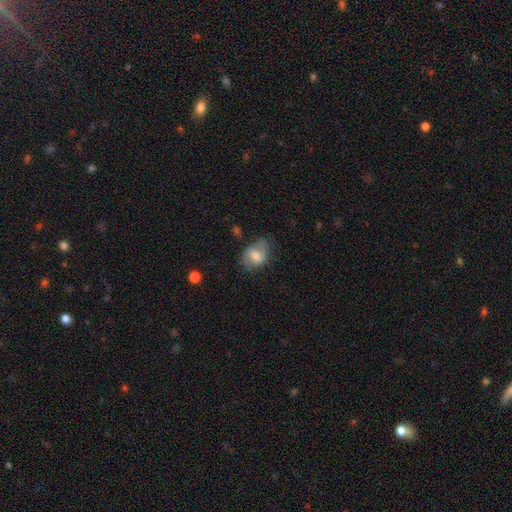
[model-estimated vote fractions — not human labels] smooth_or_featured: smooth (p=0.60) [alt: featured or disk p=0.32]
how_rounded: in between (p=0.69) [alt: round p=0.30]
merging: none (p=0.49) [alt: minor disturbance p=0.33]